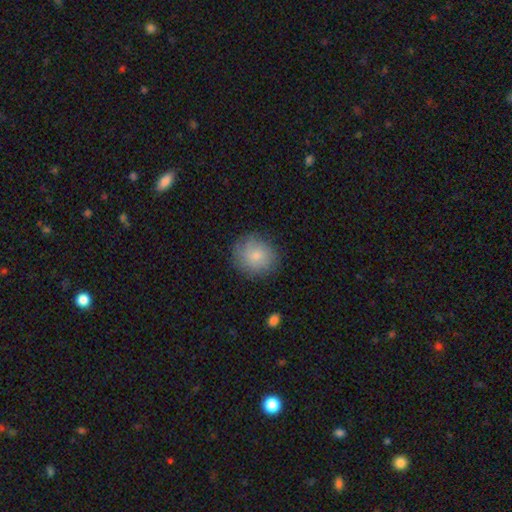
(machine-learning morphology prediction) Smooth or featured?
  - smooth: 78% *
  - featured or disk: 14%
  - star or artifact: 7%
How rounded?
  - round: 80% *
  - in between: 19%
  - cigar-shaped: 1%
Merging?
  - none: 79% *
  - minor disturbance: 15%
  - major disturbance: 5%
  - merger: 1%